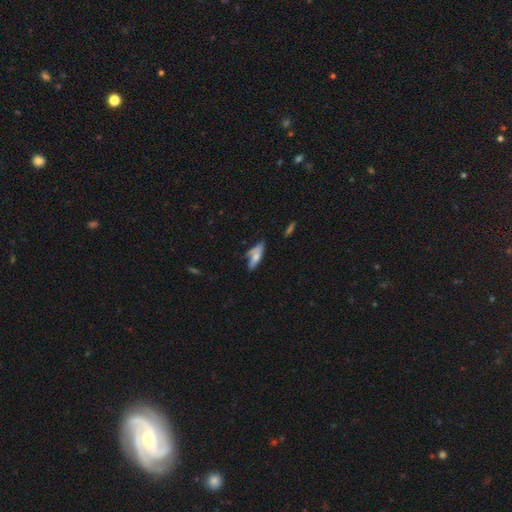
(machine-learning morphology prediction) A smooth galaxy with no disk features (64%) that is in between round and cigar-shaped (61%).

Vote fractions:
- Smooth or featured? smooth: 64% / featured or disk: 28% / star or artifact: 8%
- How rounded? in between: 61% / cigar-shaped: 36% / round: 2%
- Merging? none: 46% / minor disturbance: 33% / major disturbance: 13% / merger: 8%